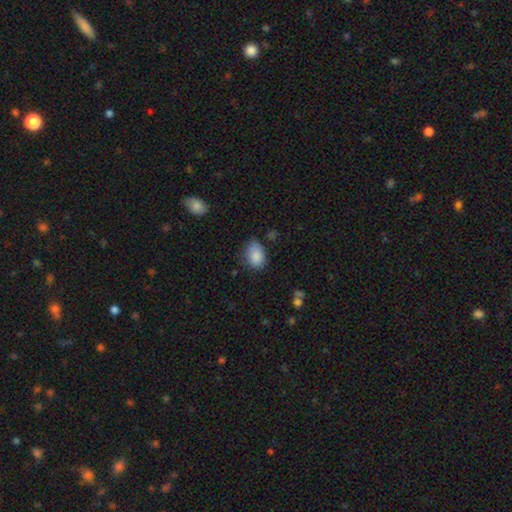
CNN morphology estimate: A smooth galaxy with no disk features (86%) that is in between round and cigar-shaped (86%). Merging: none (65%).